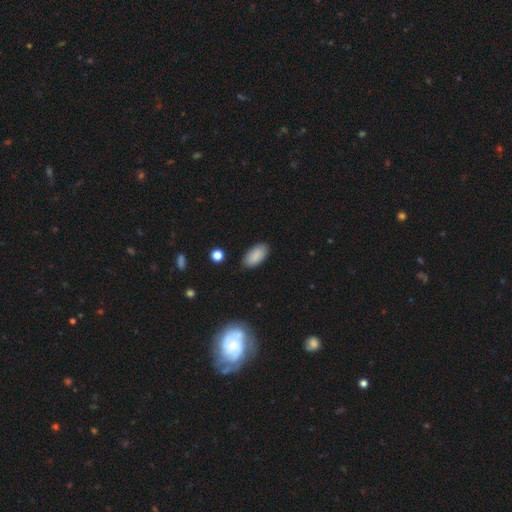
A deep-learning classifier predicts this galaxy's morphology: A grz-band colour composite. It shows a smooth galaxy with no disk features (88%) that is in between round and cigar-shaped (94%). Merging: none (87%).